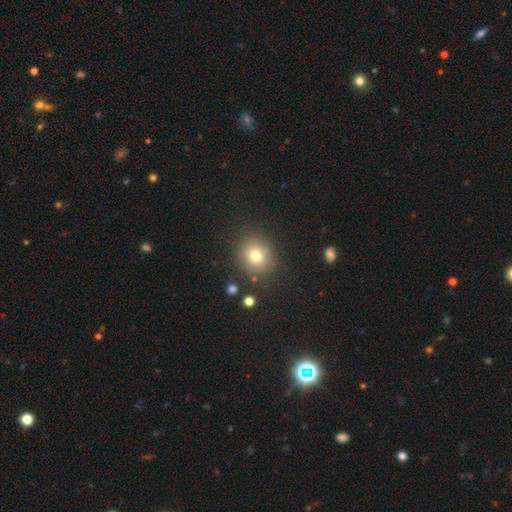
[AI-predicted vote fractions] Smooth or featured?
  - smooth: 77% *
  - star or artifact: 13%
  - featured or disk: 10%
How rounded?
  - round: 77% *
  - in between: 22%
  - cigar-shaped: 1%
Merging?
  - none: 85% *
  - minor disturbance: 9%
  - major disturbance: 4%
  - merger: 3%